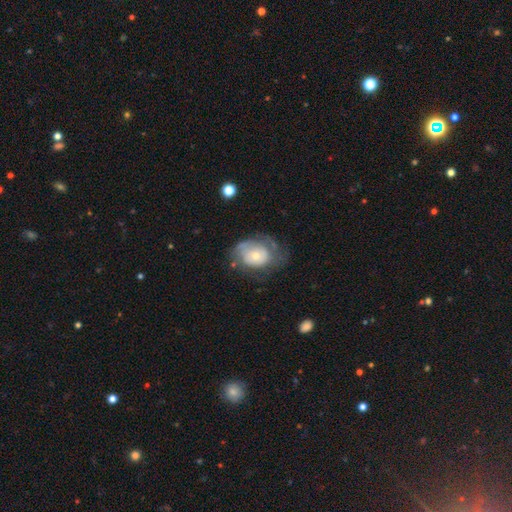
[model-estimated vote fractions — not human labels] This appears to be a featured or disk galaxy (49%). Merging: none (44%).